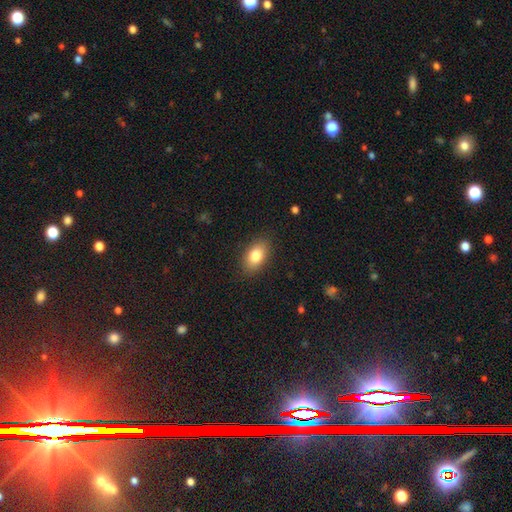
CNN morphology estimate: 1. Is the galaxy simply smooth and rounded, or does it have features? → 82% smooth, 10% featured or disk, 8% star or artifact.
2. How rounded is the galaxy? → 89% in between, 8% round, 2% cigar-shaped.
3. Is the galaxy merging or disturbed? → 87% none, 10% minor disturbance, 3% major disturbance, 1% merger.